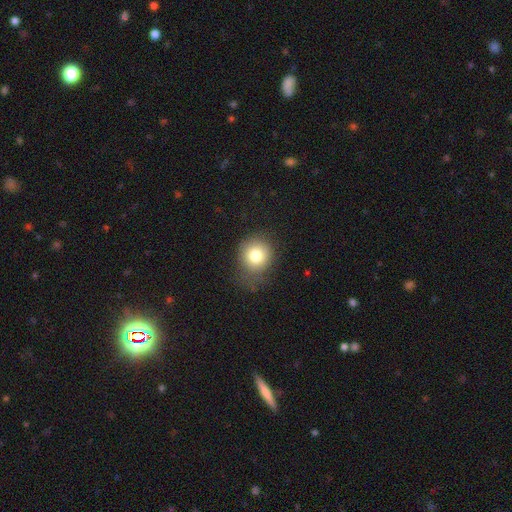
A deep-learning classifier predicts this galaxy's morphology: Overall: smooth (79%). How rounded: round (86%). Merging: none (68%).